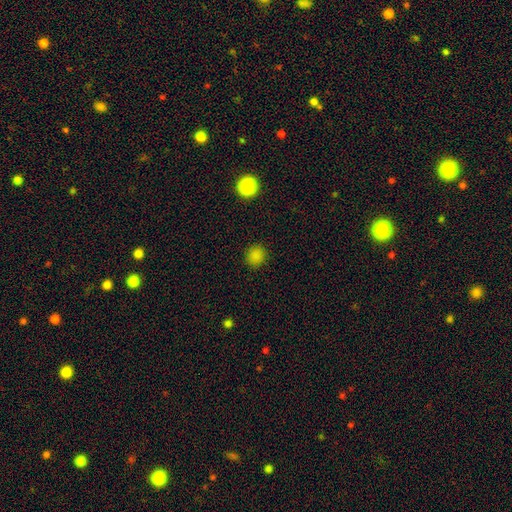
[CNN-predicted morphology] Smooth or featured? smooth (82%)
How rounded? round (85%)
Merging? none (90%)